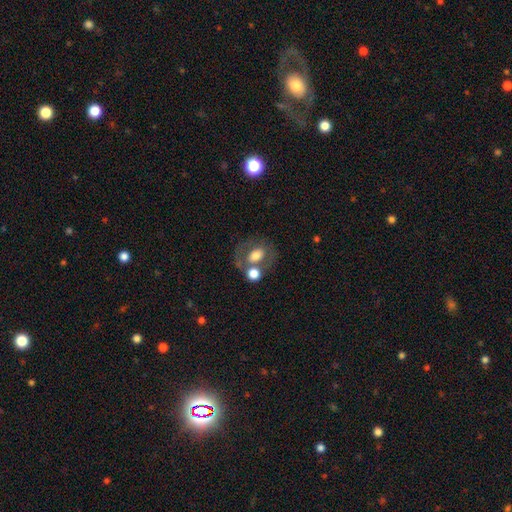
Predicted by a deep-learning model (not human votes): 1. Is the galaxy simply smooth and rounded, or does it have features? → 57% smooth, 34% featured or disk, 10% star or artifact.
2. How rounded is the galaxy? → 61% in between, 38% round, 1% cigar-shaped.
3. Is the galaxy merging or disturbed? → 49% none, 29% merger, 13% minor disturbance, 9% major disturbance.